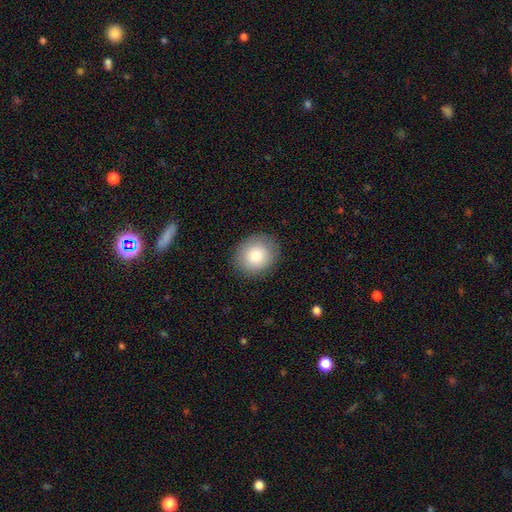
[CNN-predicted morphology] A smooth galaxy with no disk features (80%) that is round (73%). Merging: none (86%).